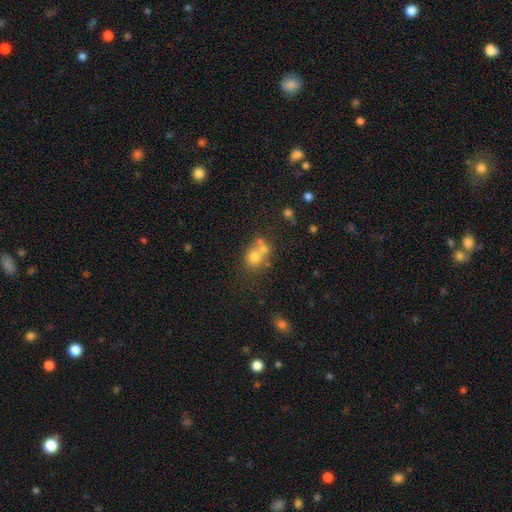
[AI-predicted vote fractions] Smooth or featured: smooth — 67% (featured or disk — 18%)
How rounded: round — 74% (in between — 25%)
Merging: merger — 50% (none — 37%)